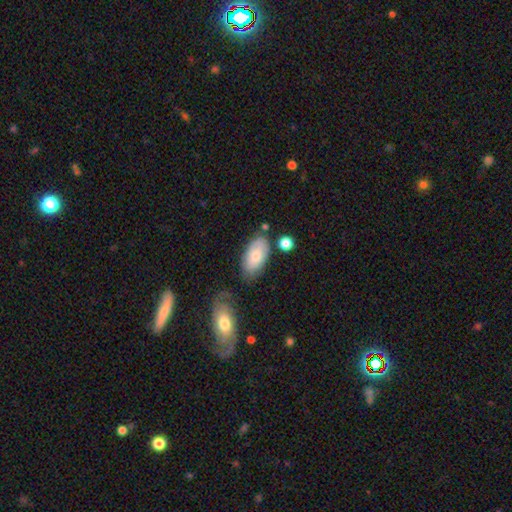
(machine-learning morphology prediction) smooth 73%, featured or disk 20%, star or artifact 6%. Down the decision tree: how rounded — in between (93%); merging — none (63%).